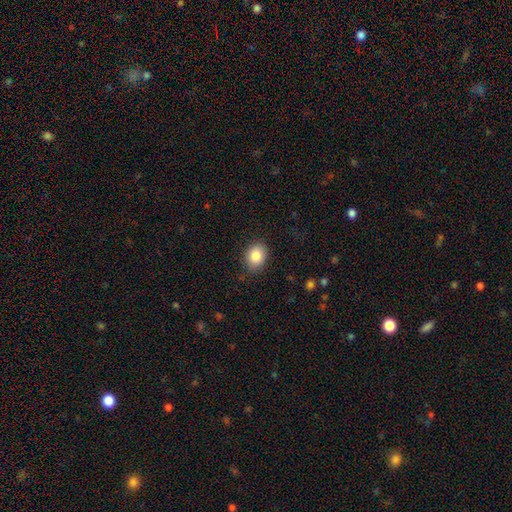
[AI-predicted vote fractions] Q: Smooth or featured?
A: smooth (86%); runner-up: star or artifact (8%)
Q: How rounded?
A: in between (56%); runner-up: round (43%)
Q: Merging?
A: none (85%); runner-up: minor disturbance (11%)